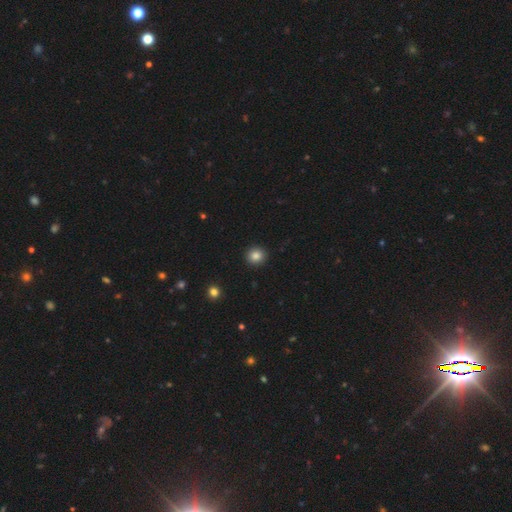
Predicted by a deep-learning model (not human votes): A smooth galaxy with no disk features (84%) that is round (91%).

Vote fractions:
- Smooth or featured? smooth: 84% / star or artifact: 11% / featured or disk: 5%
- How rounded? round: 91% / in between: 8% / cigar-shaped: 1%
- Merging? none: 93% / minor disturbance: 5% / major disturbance: 2% / merger: 1%